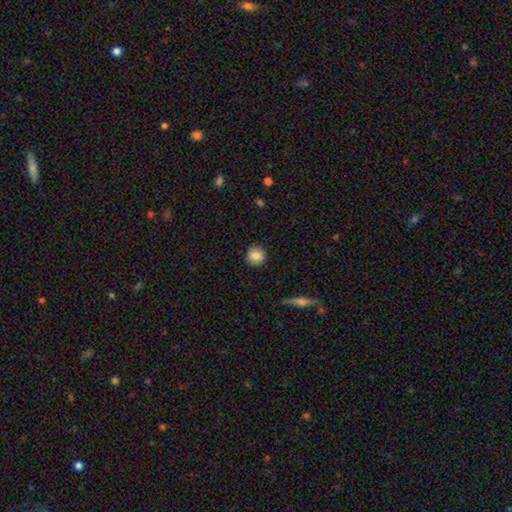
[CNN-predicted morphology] This is clearly a smooth galaxy (86%). How rounded: clearly round (94%). Merging: clearly none (91%).